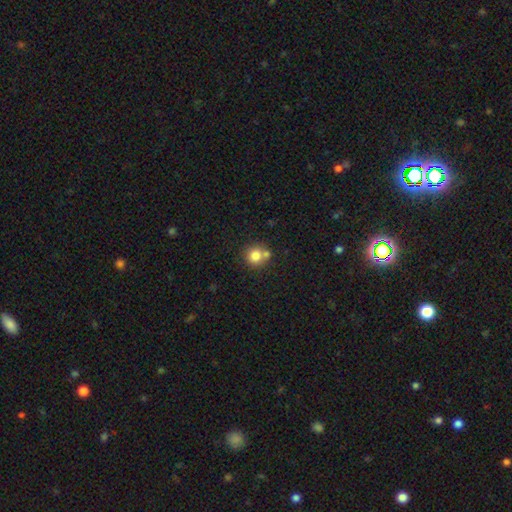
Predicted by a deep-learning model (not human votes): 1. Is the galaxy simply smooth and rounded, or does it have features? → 80% smooth, 11% star or artifact, 9% featured or disk.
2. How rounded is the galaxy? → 91% round, 8% in between, 1% cigar-shaped.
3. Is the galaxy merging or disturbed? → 60% none, 27% merger, 10% minor disturbance, 3% major disturbance.